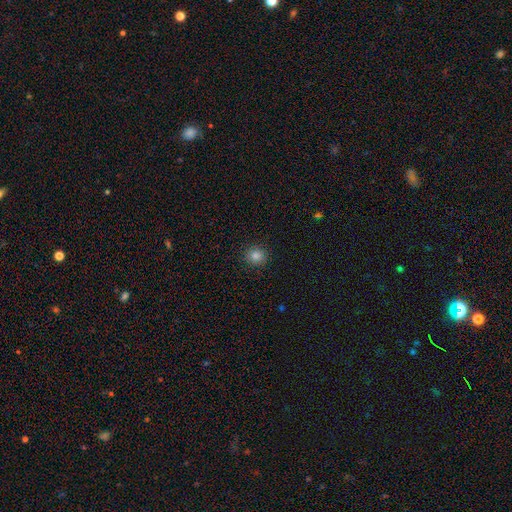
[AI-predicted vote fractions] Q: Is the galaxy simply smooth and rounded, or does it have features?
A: smooth — 82%.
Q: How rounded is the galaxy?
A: round — 89%.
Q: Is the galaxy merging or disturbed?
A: none — 91%.